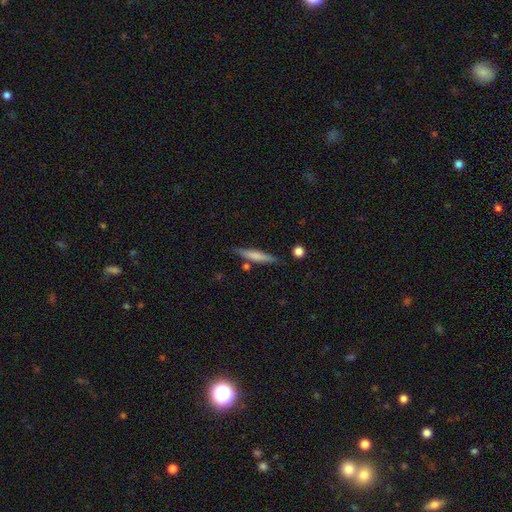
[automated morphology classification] This is likely a smooth galaxy (66%). How rounded: clearly cigar-shaped (89%). Merging: likely none (79%).